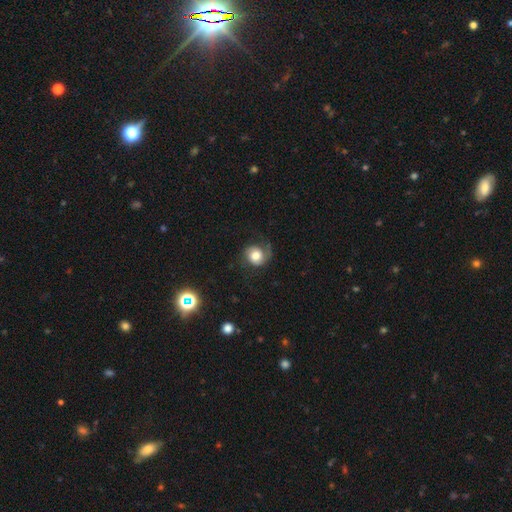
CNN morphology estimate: The model was most divided on "smooth or featured": smooth: 47%, featured or disk: 43%, star or artifact: 9%. More confident: merging — none (58%).